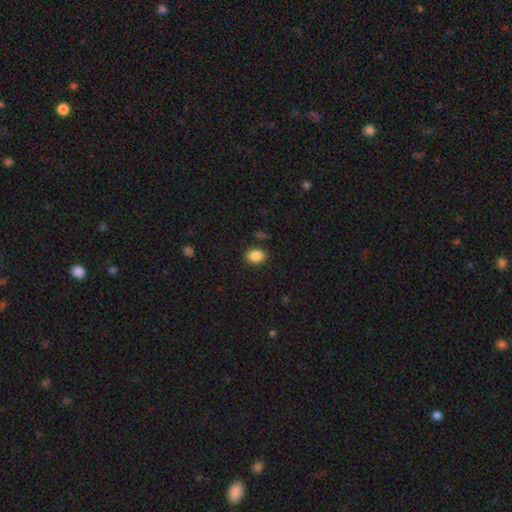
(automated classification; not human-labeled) Smooth or featured? Predicted: smooth (p=0.87). How rounded? Predicted: in between (p=0.66). Merging? Predicted: none (p=0.87).